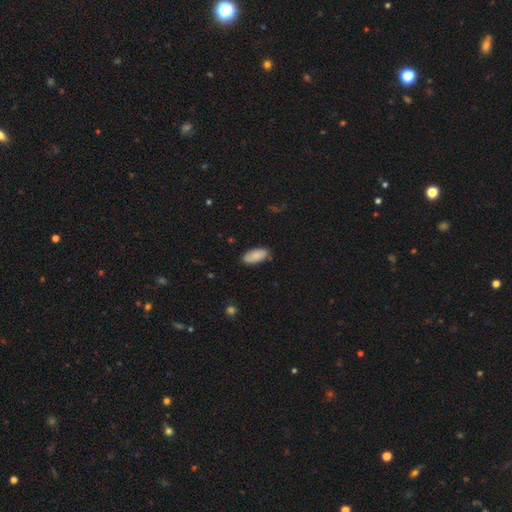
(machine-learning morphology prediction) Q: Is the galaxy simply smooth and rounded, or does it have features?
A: smooth — 87%.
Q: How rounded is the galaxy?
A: in between — 91%.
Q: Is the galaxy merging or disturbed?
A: none — 83%.